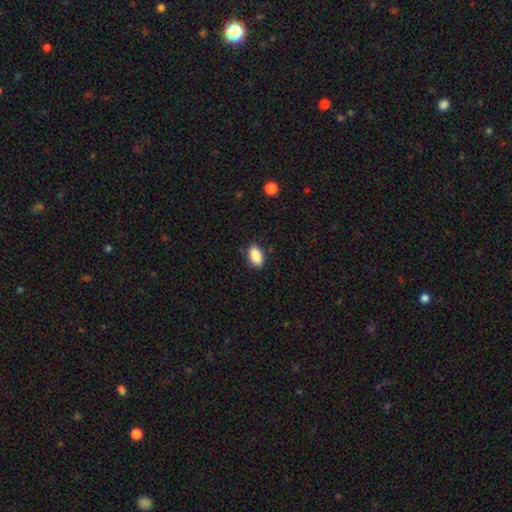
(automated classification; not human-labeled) A smooth galaxy with no disk features (90%) that is in between round and cigar-shaped (93%). Merging: none (86%).